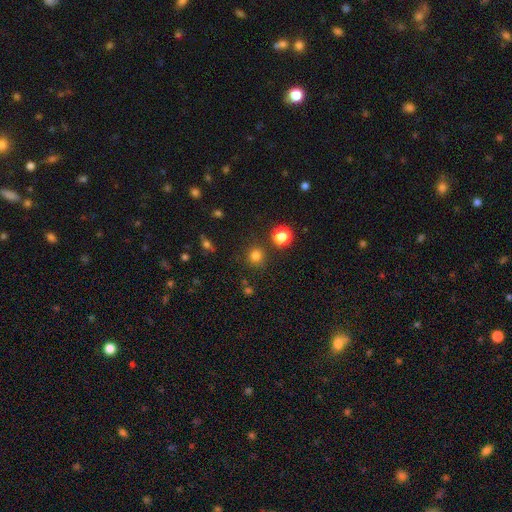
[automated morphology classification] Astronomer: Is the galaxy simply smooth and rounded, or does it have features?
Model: smooth — 79%.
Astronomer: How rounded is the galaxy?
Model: round — 92%.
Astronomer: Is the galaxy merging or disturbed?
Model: none — 85%.